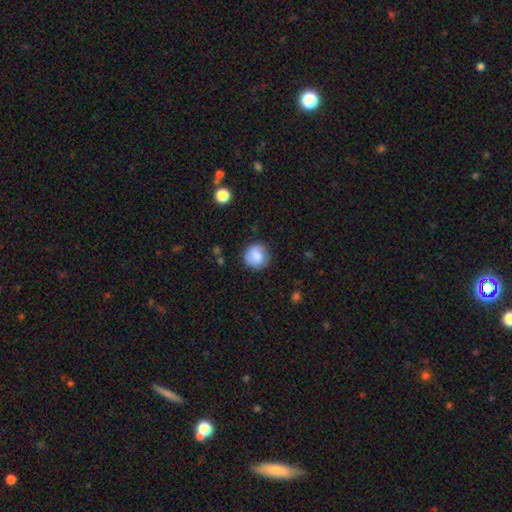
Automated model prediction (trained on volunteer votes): smooth-or-featured: smooth: 84% | featured or disk: 8% | star or artifact: 8%
  how-rounded: round: 89% | in between: 10% | cigar-shaped: 1%
  merging: none: 80% | minor disturbance: 15% | major disturbance: 4% | merger: 1%